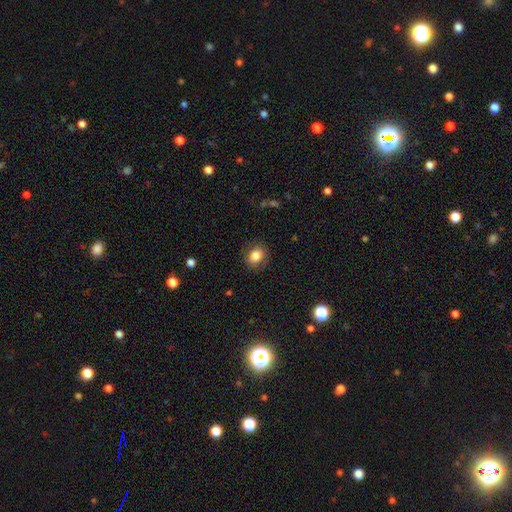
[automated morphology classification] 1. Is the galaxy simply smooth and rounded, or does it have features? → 82% smooth, 9% featured or disk, 9% star or artifact.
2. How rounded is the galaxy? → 56% in between, 43% round, 1% cigar-shaped.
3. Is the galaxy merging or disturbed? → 84% none, 11% minor disturbance, 4% major disturbance, 1% merger.